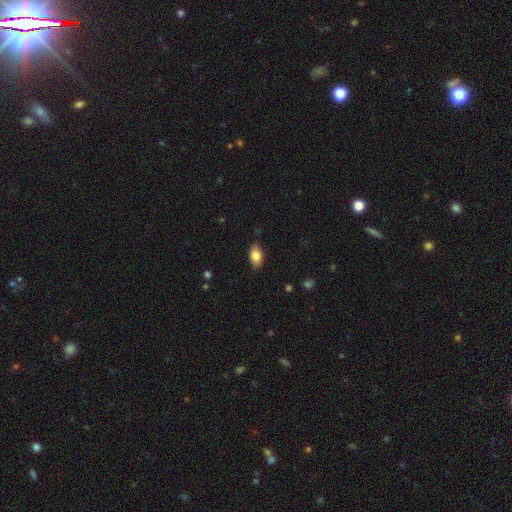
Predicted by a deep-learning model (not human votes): A smooth galaxy with no disk features (83%) that is in between round and cigar-shaped (91%). Merging: none (82%).